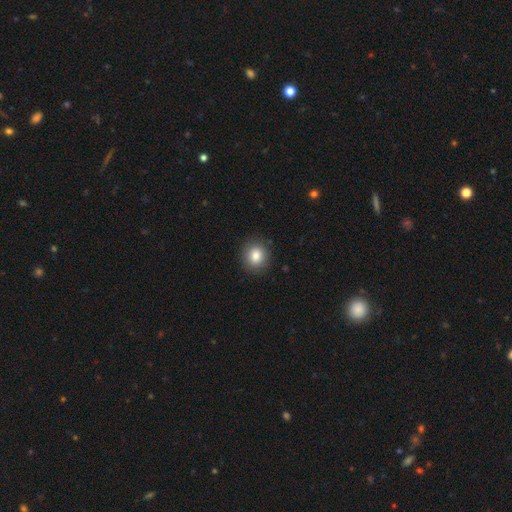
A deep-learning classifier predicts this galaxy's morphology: Overall: smooth (83%). How rounded: round (85%). Merging: none (89%).